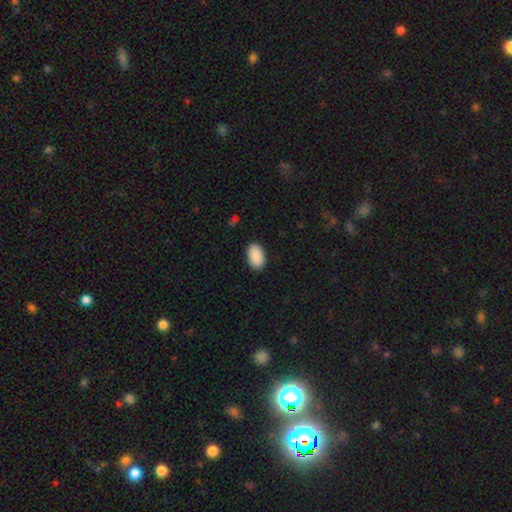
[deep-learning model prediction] This appears to be a smooth galaxy with no disk features (91%) that is in between round and cigar-shaped (94%). Merging: none (90%).